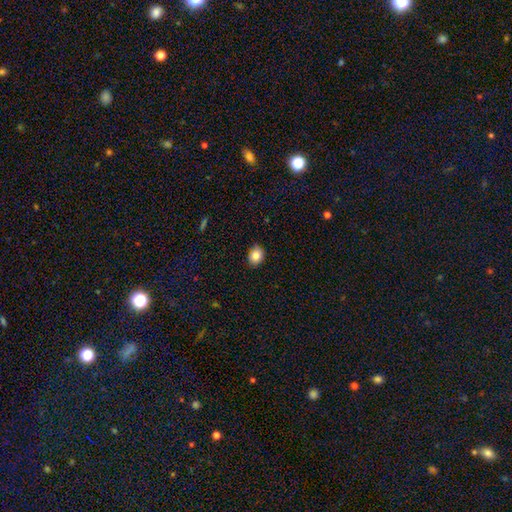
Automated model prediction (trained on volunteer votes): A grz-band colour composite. It shows a smooth galaxy with no disk features (83%) that is round (50%). Merging: none (85%).